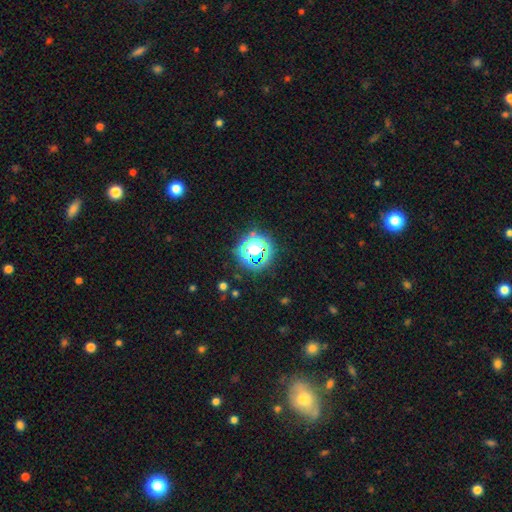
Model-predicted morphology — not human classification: Smooth or featured? star or artifact (75%)